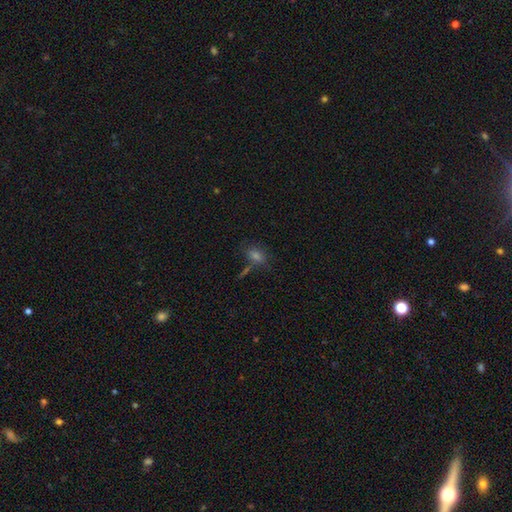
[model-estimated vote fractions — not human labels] The model was most divided on "smooth or featured": smooth: 63%, star or artifact: 25%, featured or disk: 12%. More confident: how rounded — in between (77%); merging — none (68%).